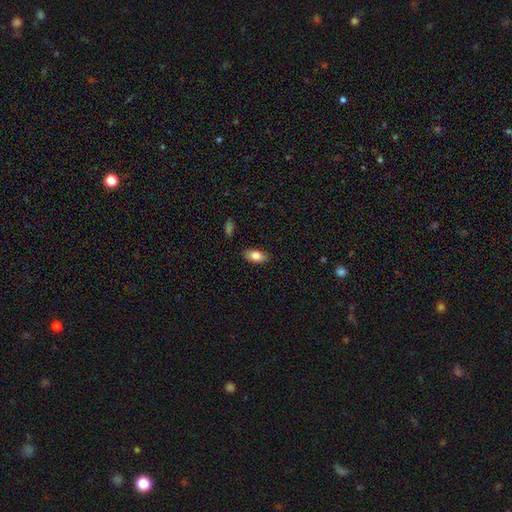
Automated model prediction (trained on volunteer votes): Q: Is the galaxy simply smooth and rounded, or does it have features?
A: smooth — 82%.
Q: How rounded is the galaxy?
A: in between — 92%.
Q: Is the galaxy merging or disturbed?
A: none — 87%.